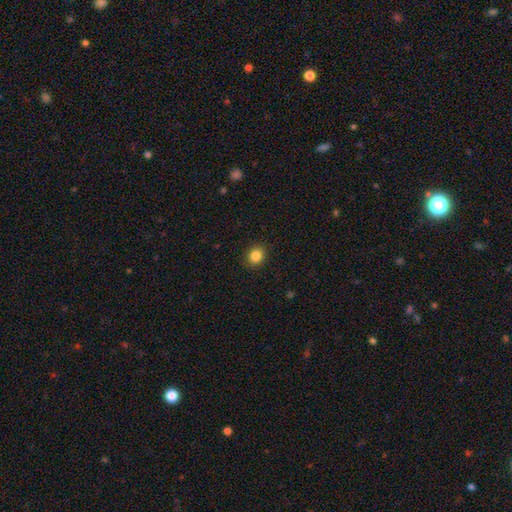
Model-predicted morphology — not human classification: Smooth or featured?
  - smooth: 85% *
  - star or artifact: 11%
  - featured or disk: 5%
How rounded?
  - round: 71% *
  - in between: 28%
  - cigar-shaped: 1%
Merging?
  - none: 89% *
  - minor disturbance: 8%
  - major disturbance: 2%
  - merger: 1%